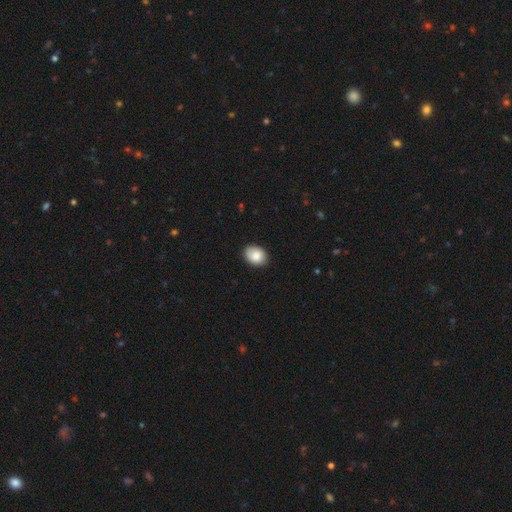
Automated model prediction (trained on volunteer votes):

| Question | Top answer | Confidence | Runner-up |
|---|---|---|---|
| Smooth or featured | smooth | 86% | featured or disk (7%) |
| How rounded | in between | 62% | round (37%) |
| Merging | none | 84% | minor disturbance (13%) |